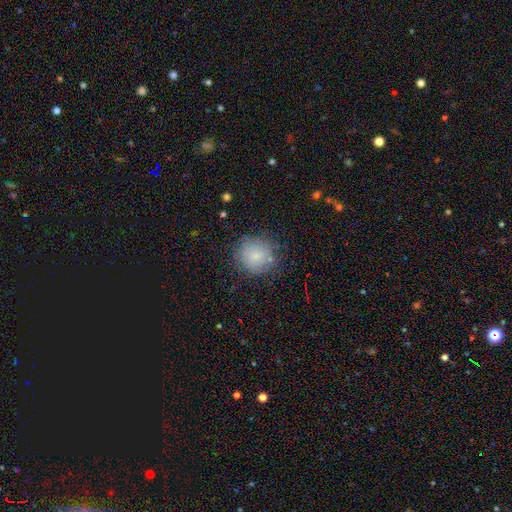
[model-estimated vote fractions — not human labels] smooth 75%, featured or disk 16%, star or artifact 9%. Down the decision tree: how rounded — round (90%); merging — none (76%).